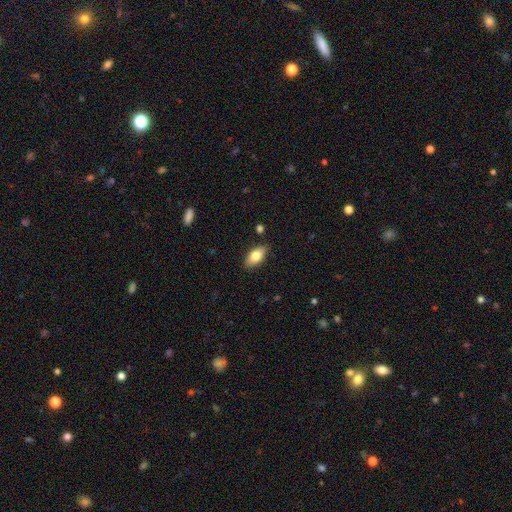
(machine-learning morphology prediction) A smooth galaxy with no disk features (76%) that is in between round and cigar-shaped (89%). Merging: none (86%).